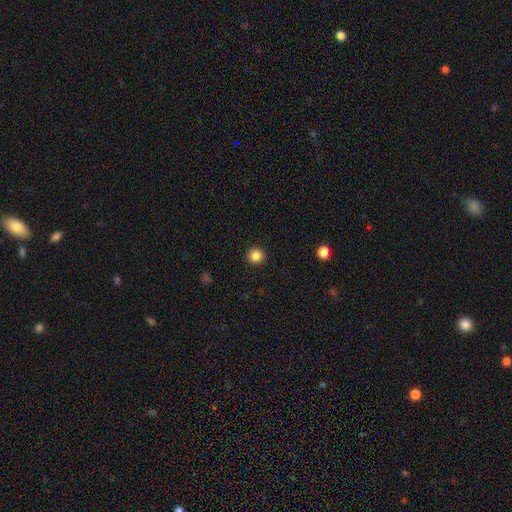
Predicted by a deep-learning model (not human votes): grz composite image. It shows a smooth galaxy with no disk features (86%) that is round (95%). Merging: none (93%).